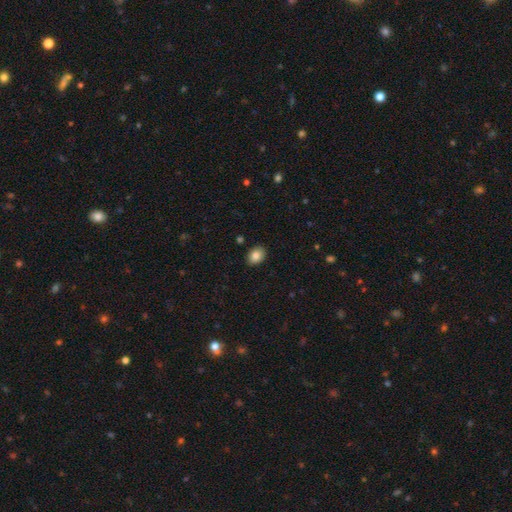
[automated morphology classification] This is clearly a smooth galaxy (86%). How rounded: likely in between (74%). Merging: clearly none (89%).